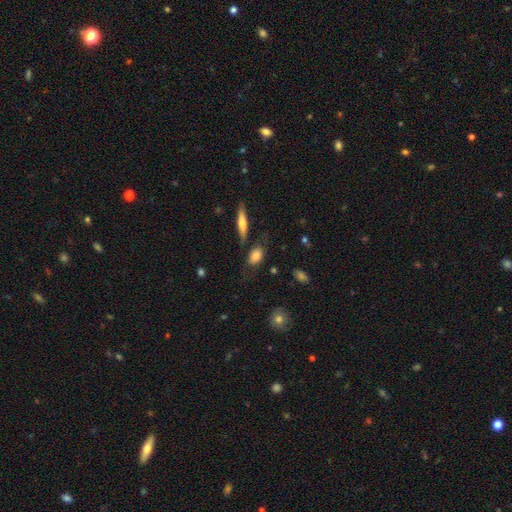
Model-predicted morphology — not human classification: The model was most divided on "merging": none: 70%, minor disturbance: 19%, major disturbance: 7%, merger: 5%. More confident: how rounded — in between (82%); smooth or featured — smooth (79%).